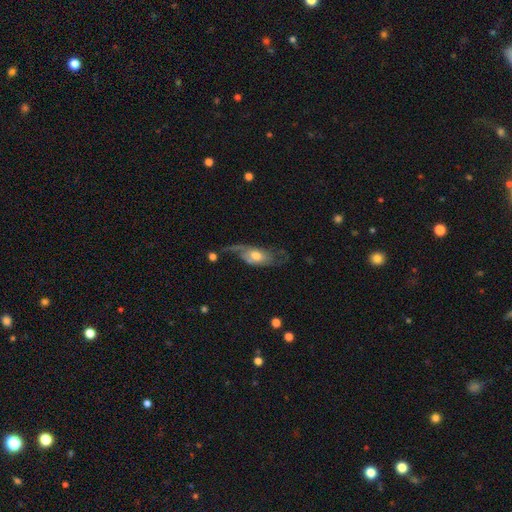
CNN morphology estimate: Overall: featured or disk (59%; smooth 35%). Edge-on disk: no (86%). Bar: no (69%). Spiral arms: yes (77%). Bulge size: moderate (63%). Merging: major disturbance (38%; none 33%).